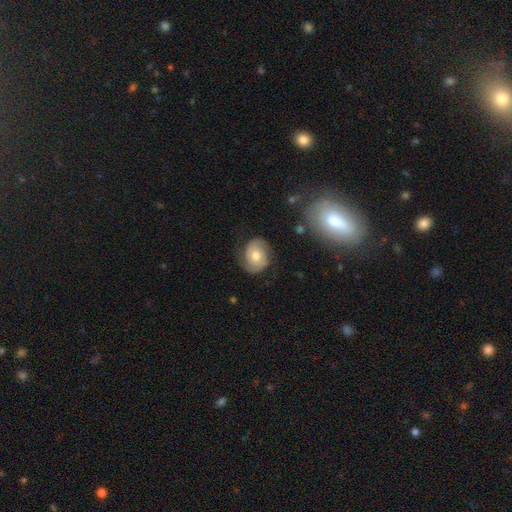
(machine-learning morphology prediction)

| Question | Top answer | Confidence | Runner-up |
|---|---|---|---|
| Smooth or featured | featured or disk | 69% | smooth (24%) |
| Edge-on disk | no | 97% | yes (3%) |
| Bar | no | 74% | weak (22%) |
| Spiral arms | yes | 90% | no (10%) |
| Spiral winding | tight | 49% | medium (37%) |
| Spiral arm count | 2 | 83% | can't tell (8%) |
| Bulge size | moderate | 73% | small (16%) |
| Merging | none | 72% | minor disturbance (18%) |